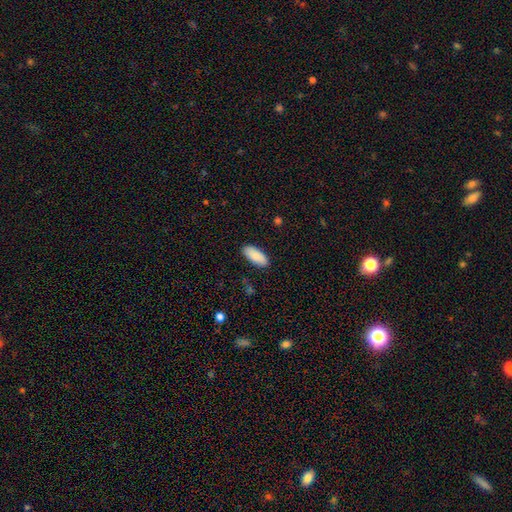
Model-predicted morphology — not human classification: A smooth galaxy with no disk features (89%) that is in between round and cigar-shaped (86%).

Vote fractions:
- Smooth or featured? smooth: 89% / star or artifact: 6% / featured or disk: 5%
- How rounded? in between: 86% / cigar-shaped: 13% / round: 2%
- Merging? none: 89% / minor disturbance: 8% / major disturbance: 2% / merger: 1%